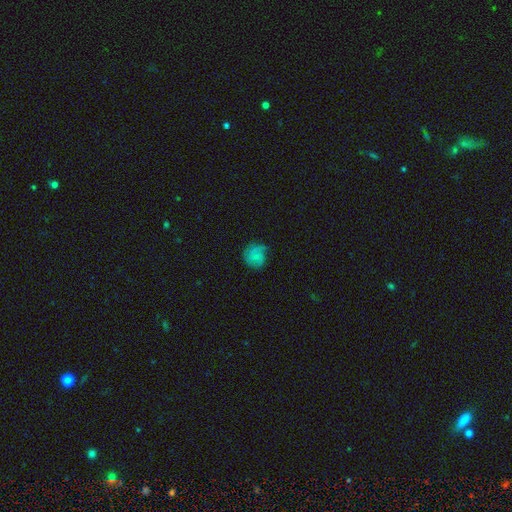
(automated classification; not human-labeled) This appears to be a smooth galaxy with no disk features (58%) that is round (81%). Merging: none (57%).